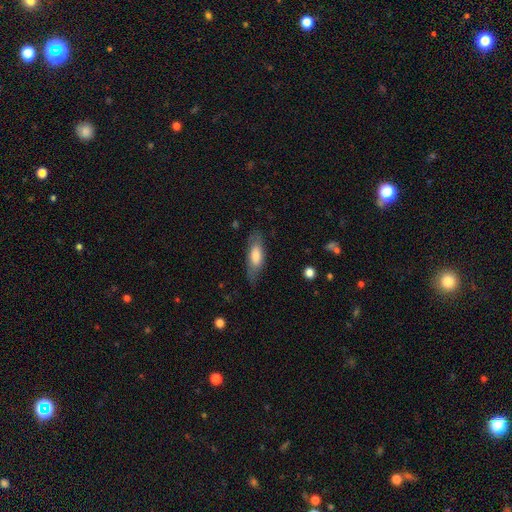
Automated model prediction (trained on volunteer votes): Smooth or featured? smooth (66%)
How rounded? in between (61%)
Merging? none (73%)